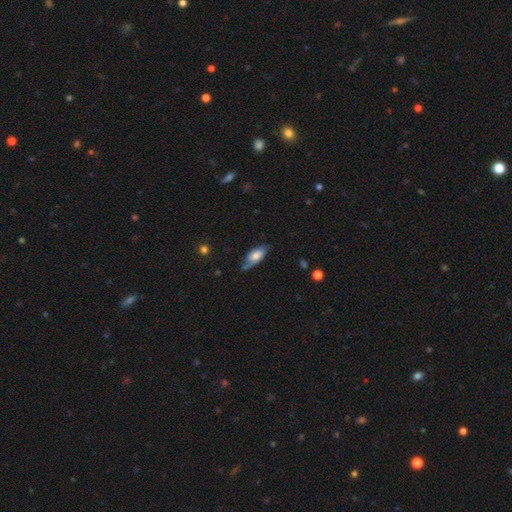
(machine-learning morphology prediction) Smooth or featured? Predicted: smooth (p=0.66). How rounded? Predicted: in between (p=0.83). Merging? Predicted: none (p=0.58).